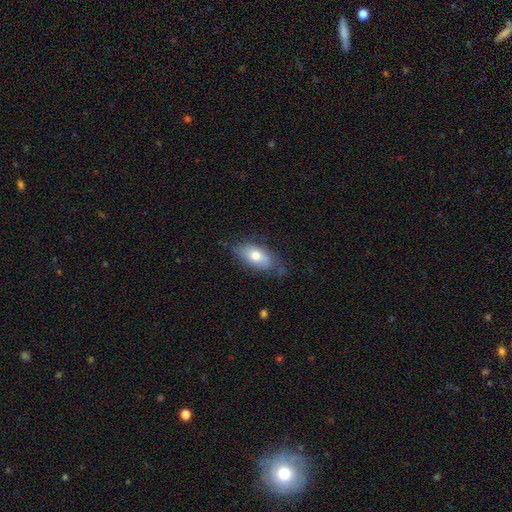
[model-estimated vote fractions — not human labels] smooth_or_featured: smooth (p=0.69) [alt: featured or disk p=0.25]
how_rounded: in between (p=0.88) [alt: cigar-shaped p=0.08]
merging: none (p=0.64) [alt: minor disturbance p=0.27]